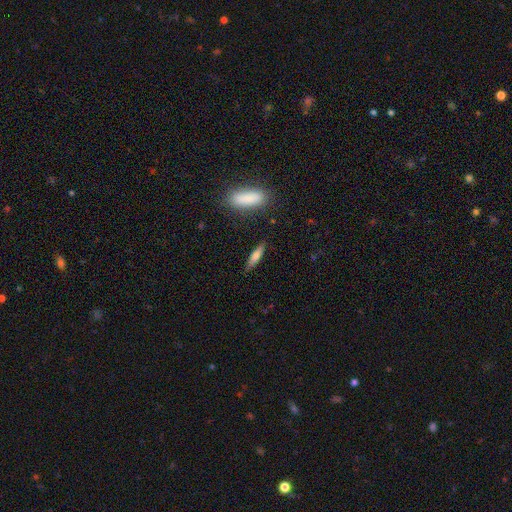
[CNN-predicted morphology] Overall: smooth (68%). How rounded: cigar-shaped (75%). Merging: none (84%).